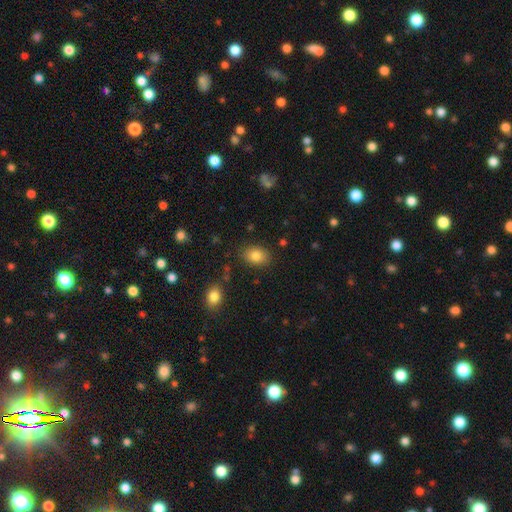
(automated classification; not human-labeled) Smooth or featured? Predicted: smooth (p=0.83). How rounded? Predicted: in between (p=0.78). Merging? Predicted: none (p=0.84).